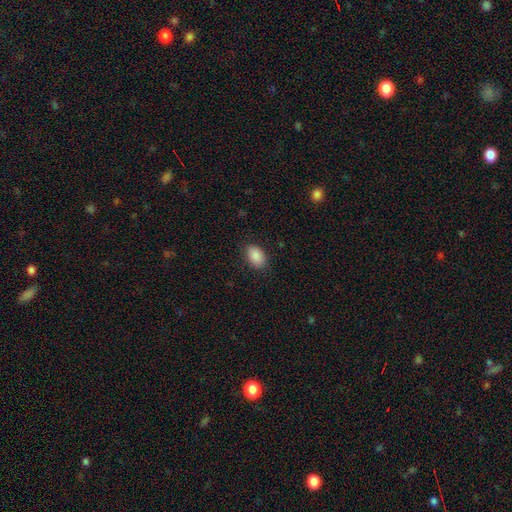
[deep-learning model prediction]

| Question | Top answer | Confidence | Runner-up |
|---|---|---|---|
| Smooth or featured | smooth | 89% | star or artifact (7%) |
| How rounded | in between | 89% | round (9%) |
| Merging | none | 87% | minor disturbance (10%) |